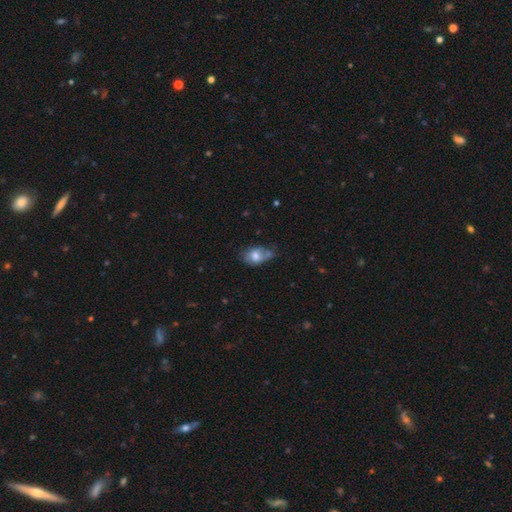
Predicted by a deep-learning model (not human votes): Morphology: type=smooth (68%); roundness=in between (79%); merging=minor disturbance (37%).